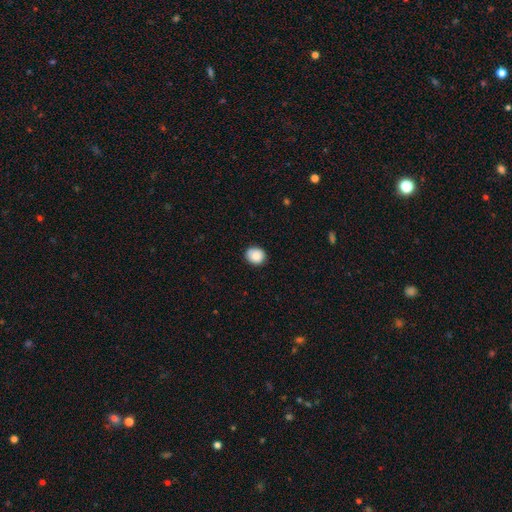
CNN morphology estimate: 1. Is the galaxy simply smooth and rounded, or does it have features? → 87% smooth, 8% star or artifact, 4% featured or disk.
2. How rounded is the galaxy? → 74% round, 25% in between, 1% cigar-shaped.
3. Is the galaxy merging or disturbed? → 83% none, 14% minor disturbance, 2% major disturbance, 1% merger.